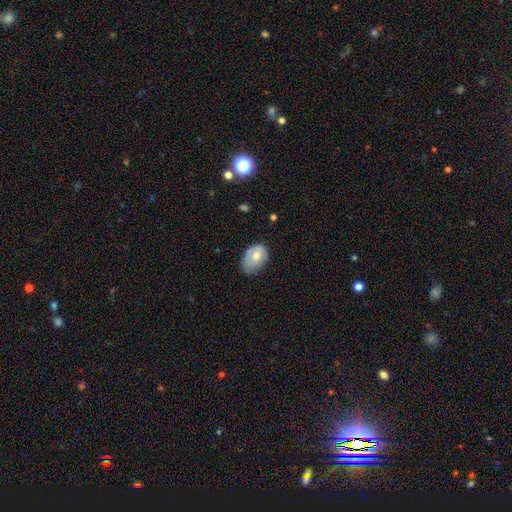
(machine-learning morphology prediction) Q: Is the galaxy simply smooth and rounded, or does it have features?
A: smooth — 68%.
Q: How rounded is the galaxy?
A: in between — 81%.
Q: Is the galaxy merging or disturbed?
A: minor disturbance — 44%.